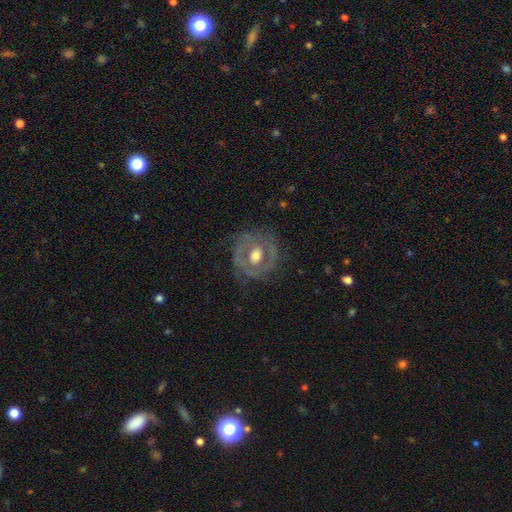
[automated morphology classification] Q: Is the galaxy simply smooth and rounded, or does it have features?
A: featured or disk — 67%.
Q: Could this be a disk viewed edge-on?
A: no — 96%.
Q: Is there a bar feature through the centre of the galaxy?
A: no — 71%.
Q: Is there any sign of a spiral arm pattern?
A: no — 56%.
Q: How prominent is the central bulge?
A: moderate — 71%.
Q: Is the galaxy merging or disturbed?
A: none — 69%.